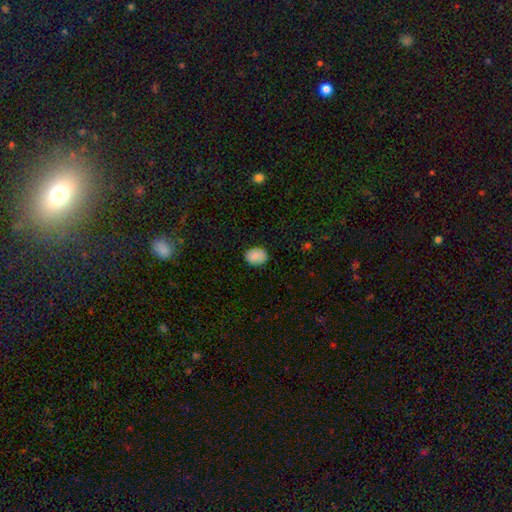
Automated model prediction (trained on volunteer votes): Smooth or featured? smooth (86%)
How rounded? in between (60%)
Merging? none (79%)